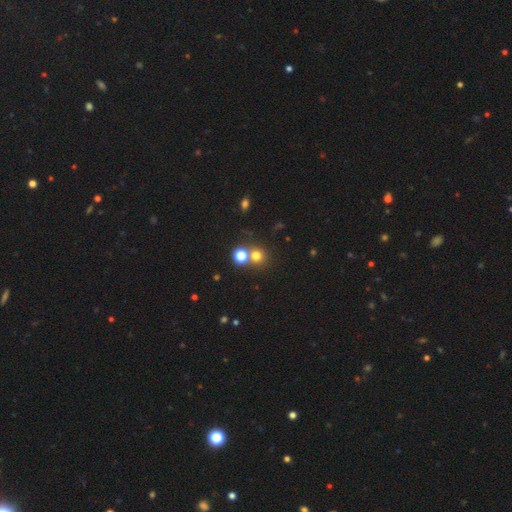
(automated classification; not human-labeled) smooth 72%, star or artifact 20%, featured or disk 8%. Down the decision tree: how rounded — round (89%); merging — none (64%).